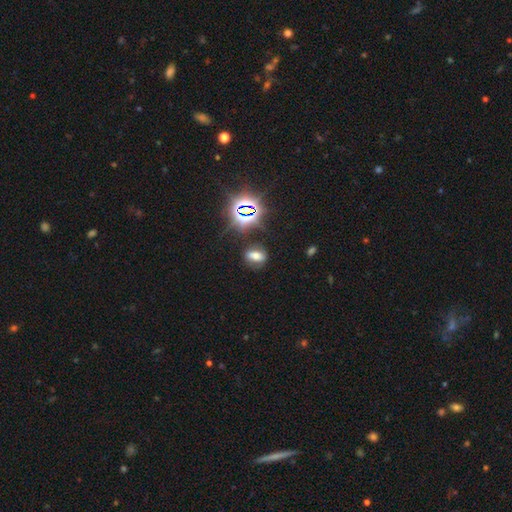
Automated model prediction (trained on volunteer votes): Morphology: type=smooth (51%); roundness=in between (76%); merging=none (77%).